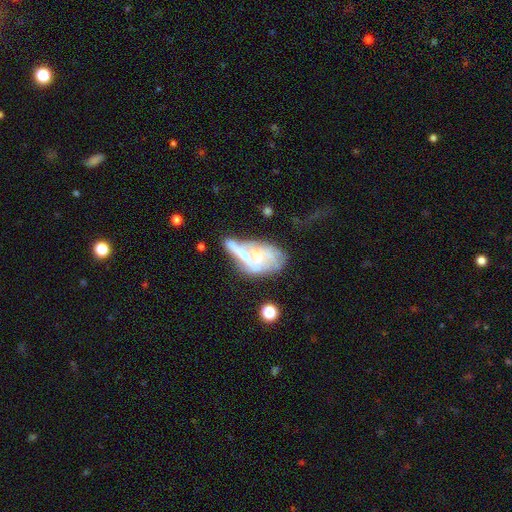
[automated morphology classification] The model was most divided on "bulge size": moderate: 43%, small: 41%, none: 9%, large: 5%, dominant: 2%. Remaining: edge-on disk — no (88%); bar — no (73%); smooth or featured — featured or disk (62%); spiral arms — no (61%); merging — merger (45%).